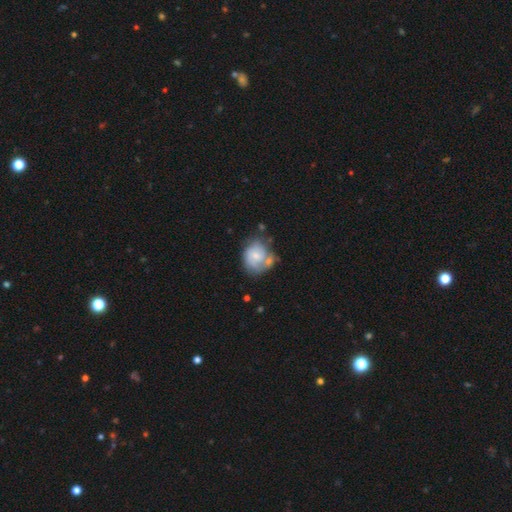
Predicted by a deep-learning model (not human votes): This is possibly a featured or disk galaxy (47%). Merging: marginally none (40%).